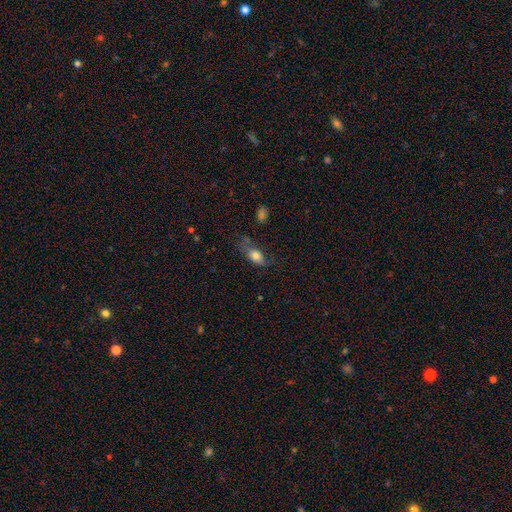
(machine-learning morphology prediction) Smooth or featured?
  - smooth: 77% *
  - featured or disk: 15%
  - star or artifact: 8%
How rounded?
  - in between: 83% *
  - cigar-shaped: 10%
  - round: 6%
Merging?
  - none: 52% *
  - minor disturbance: 30%
  - major disturbance: 13%
  - merger: 5%